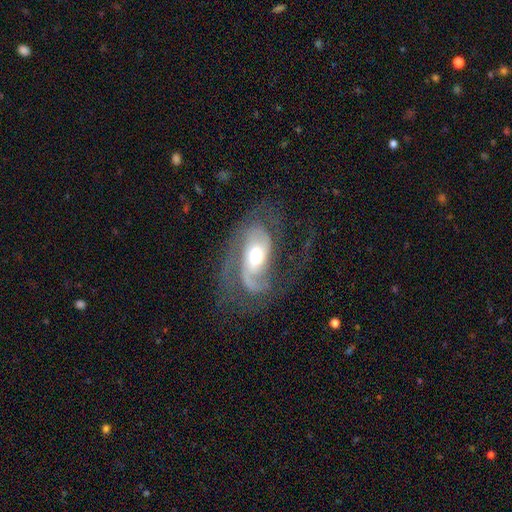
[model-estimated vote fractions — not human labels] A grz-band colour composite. It shows a featured or disk galaxy (82%) with no bar (54%), 2 (45%) medium (45%) spiral arms (93%) and a moderate central bulge (66%). Merging: none (50%).